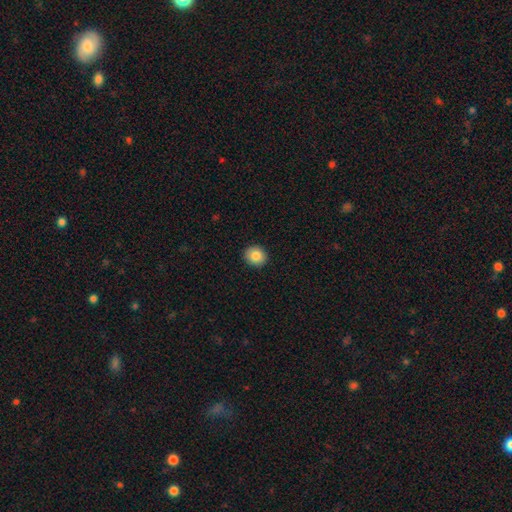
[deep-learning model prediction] A smooth galaxy with no disk features (85%) that is round (83%).

Vote fractions:
- Smooth or featured? smooth: 85% / star or artifact: 9% / featured or disk: 7%
- How rounded? round: 83% / in between: 16% / cigar-shaped: 1%
- Merging? none: 92% / minor disturbance: 6% / major disturbance: 2% / merger: 1%